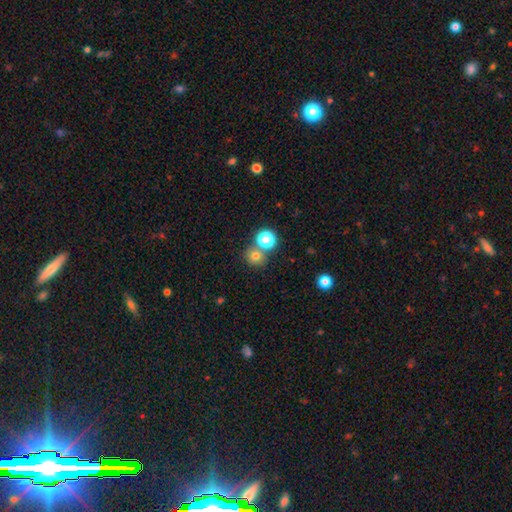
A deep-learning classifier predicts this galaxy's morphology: Overall: smooth (73%). How rounded: round (88%). Merging: none (65%; merger 25%).